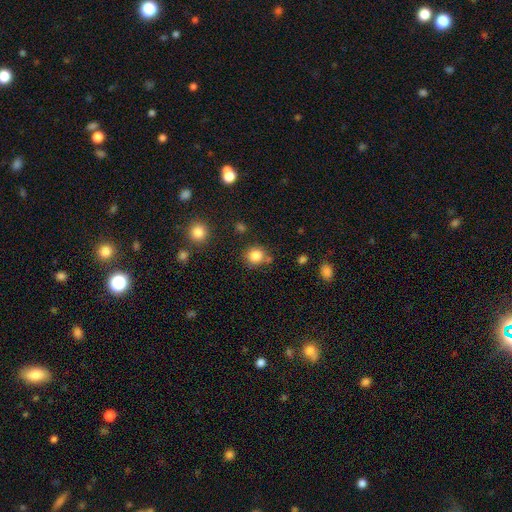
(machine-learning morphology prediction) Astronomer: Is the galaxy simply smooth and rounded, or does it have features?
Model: smooth — 84%.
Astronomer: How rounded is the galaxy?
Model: round — 87%.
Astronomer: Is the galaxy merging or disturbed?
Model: none — 76%.